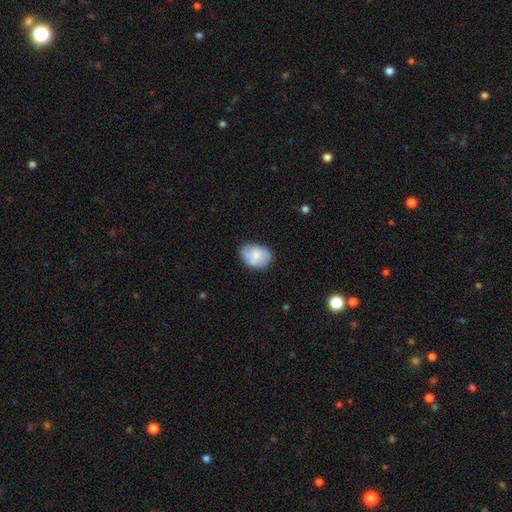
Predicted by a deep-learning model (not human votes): Q: Smooth or featured?
A: smooth (69%); runner-up: featured or disk (23%)
Q: How rounded?
A: in between (70%); runner-up: round (29%)
Q: Merging?
A: none (60%); runner-up: minor disturbance (26%)